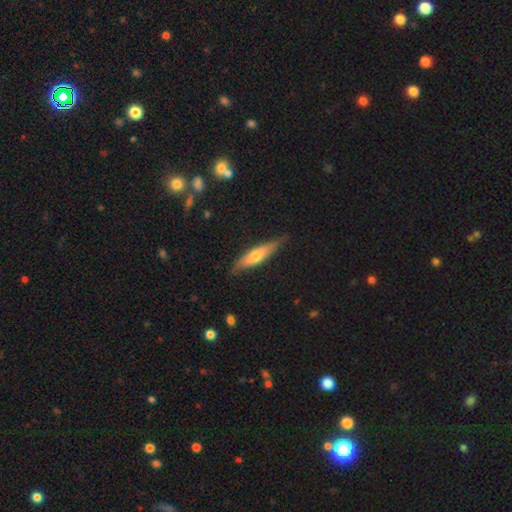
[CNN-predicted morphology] The model was most divided on "smooth or featured": smooth: 50%, featured or disk: 44%, star or artifact: 6%. More confident: merging — none (78%).